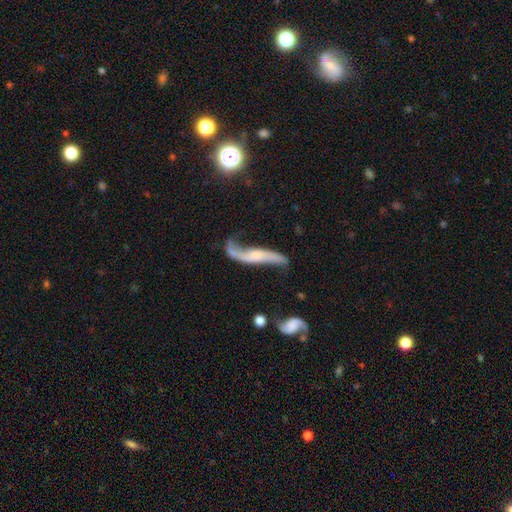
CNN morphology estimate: Smooth or featured? Predicted: featured or disk (p=0.76). Edge-on disk? Predicted: no (p=0.72). Bar? Predicted: no (p=0.57). Spiral arms? Predicted: yes (p=0.90). Bulge size? Predicted: small (p=0.43). Merging? Predicted: none (p=0.47).